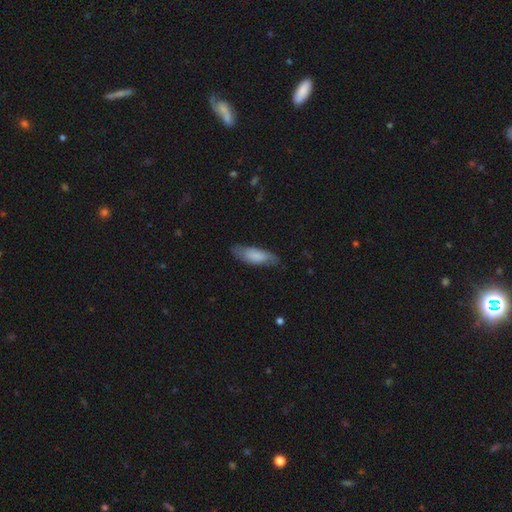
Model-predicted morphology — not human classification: This is likely a smooth galaxy (76%). How rounded: possibly in between (59%). Merging: likely none (74%).